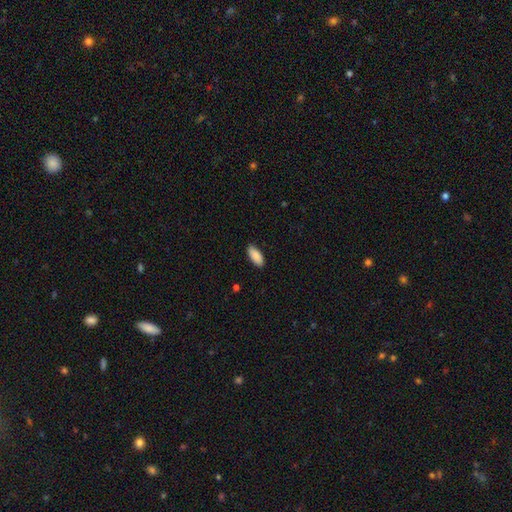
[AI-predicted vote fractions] Q: Smooth or featured?
A: smooth (89%); runner-up: star or artifact (6%)
Q: How rounded?
A: in between (86%); runner-up: cigar-shaped (12%)
Q: Merging?
A: none (87%); runner-up: minor disturbance (10%)